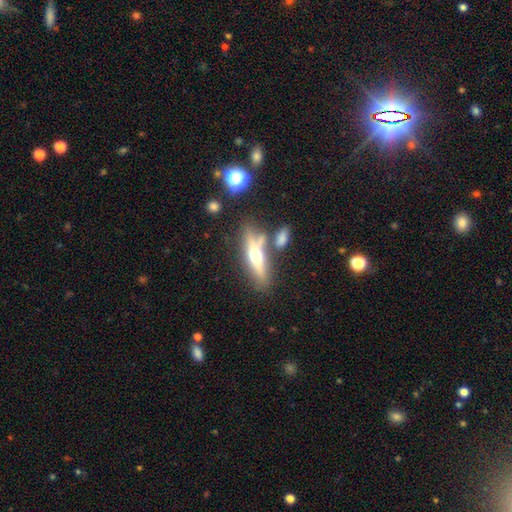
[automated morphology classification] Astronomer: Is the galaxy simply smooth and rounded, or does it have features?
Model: featured or disk — 59%.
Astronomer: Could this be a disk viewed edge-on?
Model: yes — 90%.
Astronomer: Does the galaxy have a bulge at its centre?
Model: rounded — 94%.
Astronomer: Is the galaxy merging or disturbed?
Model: none — 64%.